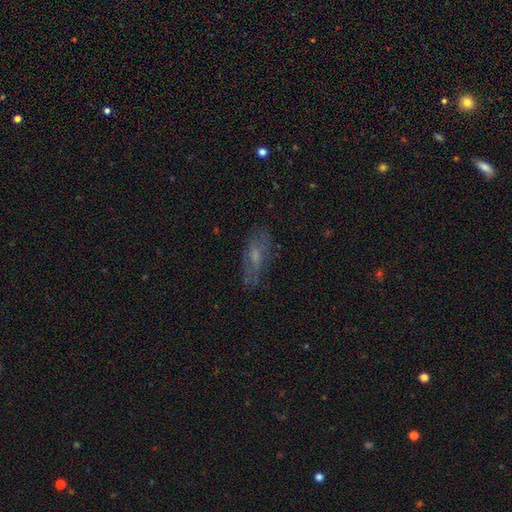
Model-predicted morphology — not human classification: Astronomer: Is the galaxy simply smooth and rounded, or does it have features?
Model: smooth — 46% (runner-up: featured or disk, 43%).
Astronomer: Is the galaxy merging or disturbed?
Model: none — 69%.